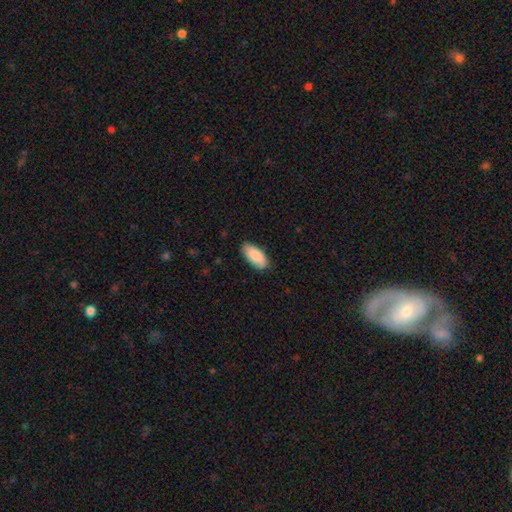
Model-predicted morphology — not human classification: Smooth or featured: smooth — 89% (featured or disk — 6%)
How rounded: in between — 89% (cigar-shaped — 9%)
Merging: none — 86% (minor disturbance — 12%)